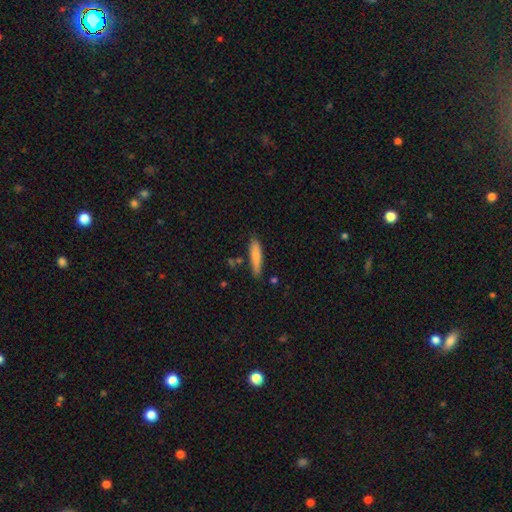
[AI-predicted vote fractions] A smooth galaxy with no disk features (77%) that is cigar-shaped (80%).

Vote fractions:
- Smooth or featured? smooth: 77% / featured or disk: 17% / star or artifact: 6%
- How rounded? cigar-shaped: 80% / in between: 19% / round: 2%
- Merging? none: 79% / minor disturbance: 15% / merger: 4% / major disturbance: 3%